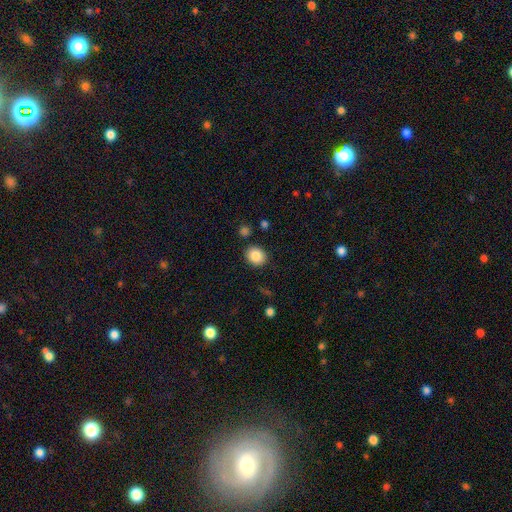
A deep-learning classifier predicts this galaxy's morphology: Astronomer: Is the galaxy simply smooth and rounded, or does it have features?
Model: smooth — 86%.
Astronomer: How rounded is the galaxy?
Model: round — 60% (runner-up: in between, 39%).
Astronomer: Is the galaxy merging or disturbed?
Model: none — 87%.